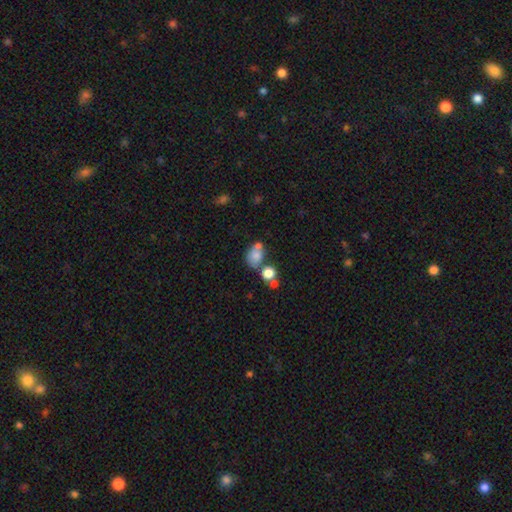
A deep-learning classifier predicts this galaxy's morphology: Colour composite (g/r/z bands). It shows a smooth galaxy with no disk features (74%) that is round (51%). Merging: none (40%).